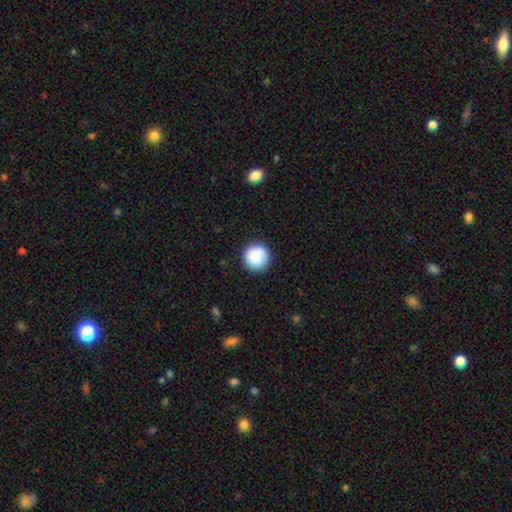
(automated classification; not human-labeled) A smooth galaxy with no disk features (86%) that is round (95%).

Vote fractions:
- Smooth or featured? smooth: 86% / star or artifact: 7% / featured or disk: 7%
- How rounded? round: 95% / in between: 4% / cigar-shaped: 1%
- Merging? none: 88% / minor disturbance: 9% / major disturbance: 2% / merger: 1%